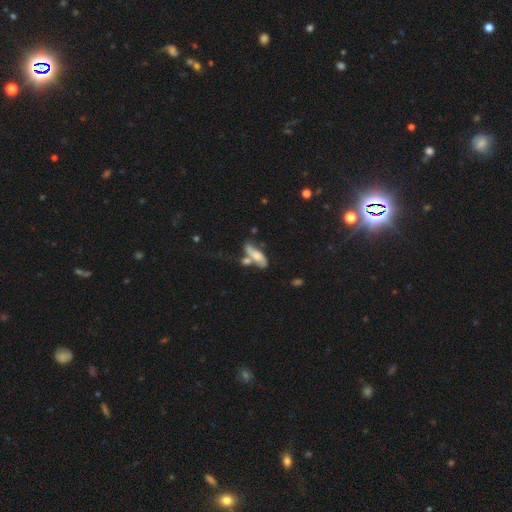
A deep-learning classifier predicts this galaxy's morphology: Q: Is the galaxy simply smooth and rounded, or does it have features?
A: smooth — 59%.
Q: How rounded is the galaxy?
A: in between — 60%.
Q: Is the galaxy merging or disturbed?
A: none — 39%.